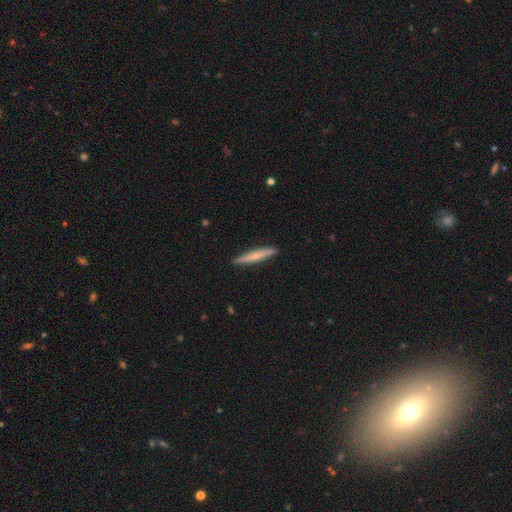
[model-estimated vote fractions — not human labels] smooth 58%, featured or disk 37%, star or artifact 5%. Down the decision tree: how rounded — cigar-shaped (95%); merging — none (91%).